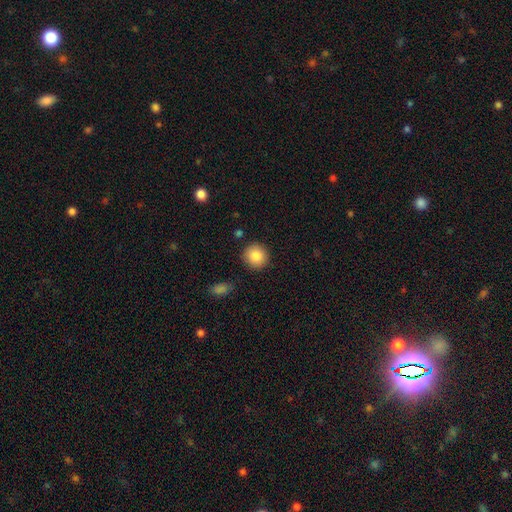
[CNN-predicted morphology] The model was most divided on "smooth or featured": smooth: 87%, star or artifact: 8%, featured or disk: 5%. More confident: how rounded — round (91%); merging — none (89%).